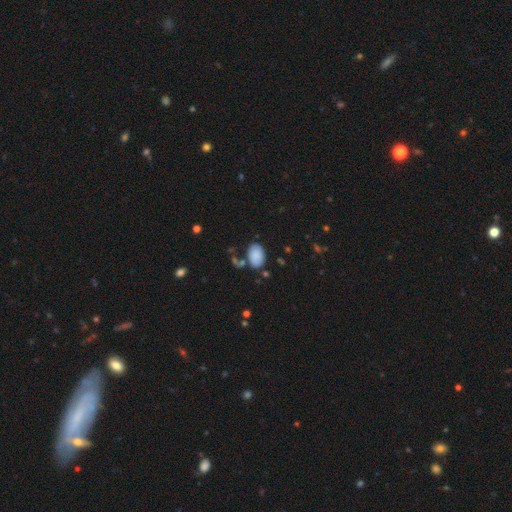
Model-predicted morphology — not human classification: Smooth or featured: smooth — 86% (star or artifact — 8%)
How rounded: in between — 89% (round — 10%)
Merging: none — 69% (minor disturbance — 17%)